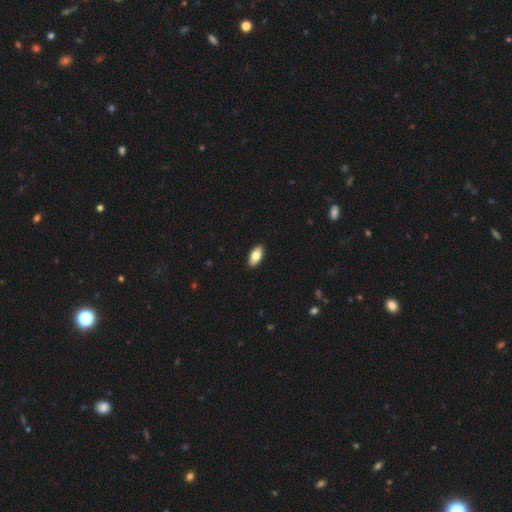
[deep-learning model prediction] Smooth or featured? smooth (79%)
How rounded? in between (89%)
Merging? none (91%)